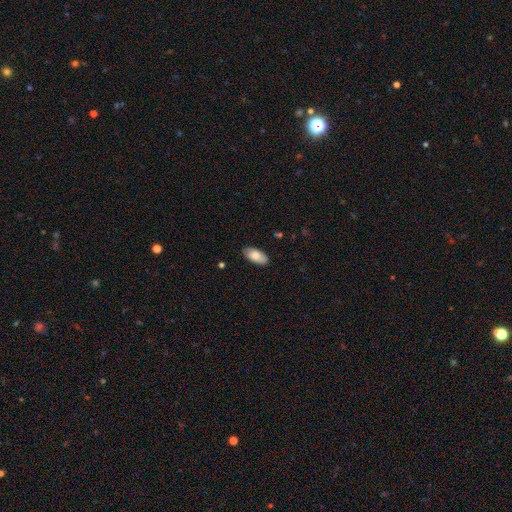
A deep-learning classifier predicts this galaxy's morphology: A smooth galaxy with no disk features (78%) that is in between round and cigar-shaped (94%). Merging: none (85%).